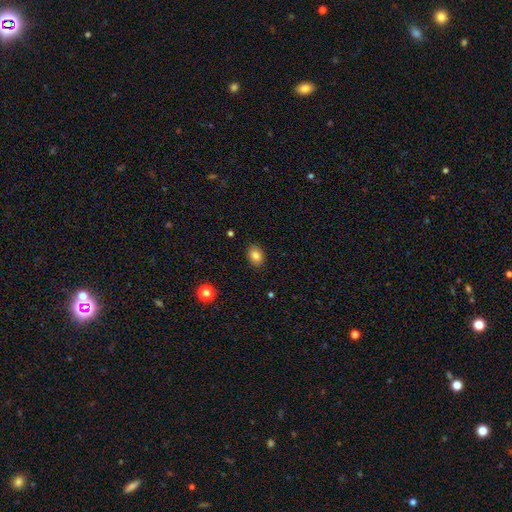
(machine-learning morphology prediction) This is clearly a smooth galaxy (83%). How rounded: likely in between (69%). Merging: clearly none (88%).